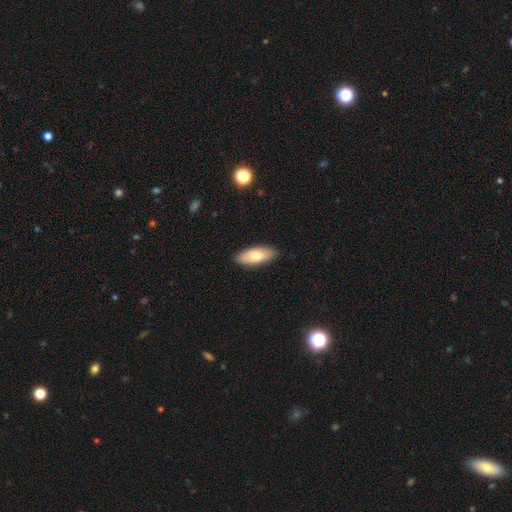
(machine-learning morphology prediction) Smooth or featured? smooth (77%)
How rounded? in between (78%)
Merging? none (89%)